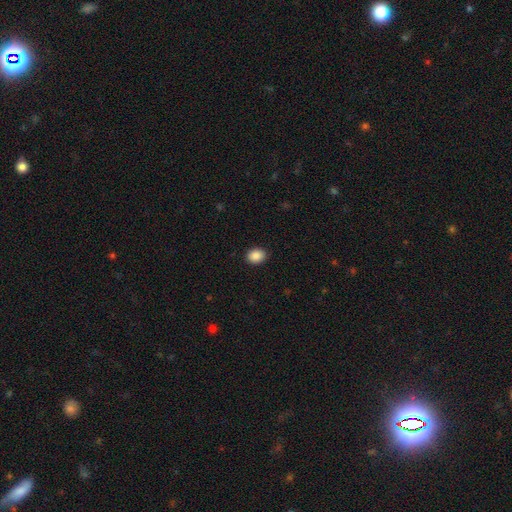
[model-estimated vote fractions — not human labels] Overall: smooth (89%). How rounded: in between (55%; round 44%). Merging: none (91%).